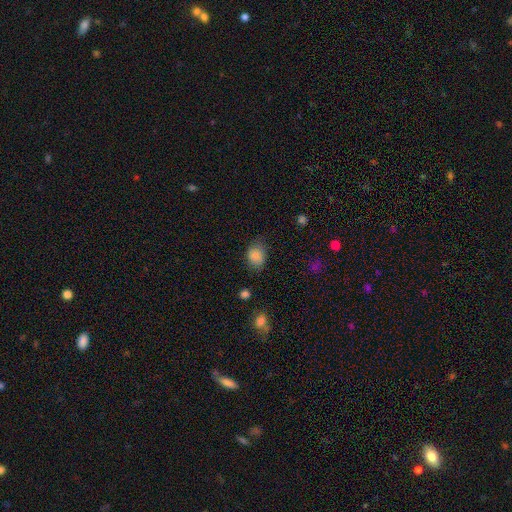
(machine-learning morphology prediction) Smooth or featured?
  - smooth: 85% *
  - star or artifact: 9%
  - featured or disk: 6%
How rounded?
  - in between: 60% *
  - round: 39%
  - cigar-shaped: 1%
Merging?
  - none: 71% *
  - minor disturbance: 22%
  - major disturbance: 5%
  - merger: 1%